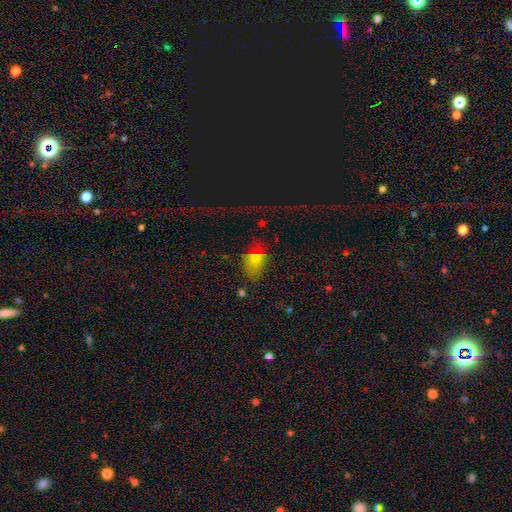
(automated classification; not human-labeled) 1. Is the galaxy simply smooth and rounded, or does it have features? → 62% smooth, 25% star or artifact, 13% featured or disk.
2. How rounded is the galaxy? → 80% in between, 17% round, 3% cigar-shaped.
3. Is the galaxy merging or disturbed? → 50% none, 22% minor disturbance, 21% major disturbance, 7% merger.